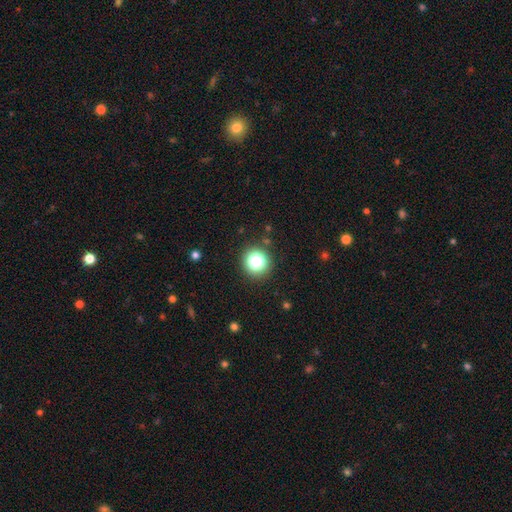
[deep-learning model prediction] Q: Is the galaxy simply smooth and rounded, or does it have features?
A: smooth — 71%.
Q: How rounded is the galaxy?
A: round — 94%.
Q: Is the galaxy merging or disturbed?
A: none — 92%.